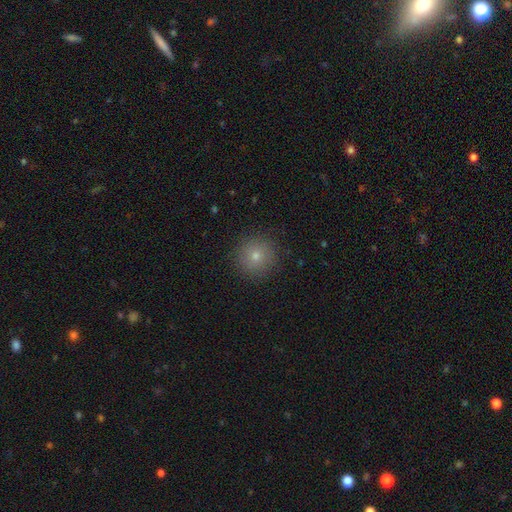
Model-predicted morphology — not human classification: This is likely a smooth galaxy (74%). How rounded: clearly round (95%). Merging: clearly none (91%).